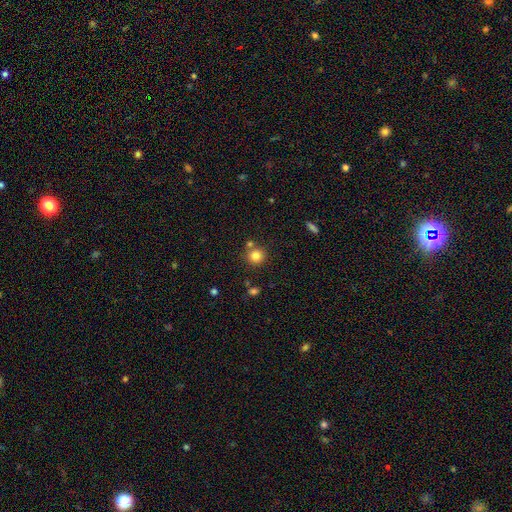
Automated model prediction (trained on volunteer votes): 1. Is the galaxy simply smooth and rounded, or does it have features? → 81% smooth, 12% star or artifact, 7% featured or disk.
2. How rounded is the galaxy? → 92% round, 7% in between, 1% cigar-shaped.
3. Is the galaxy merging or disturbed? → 76% none, 13% merger, 8% minor disturbance, 3% major disturbance.